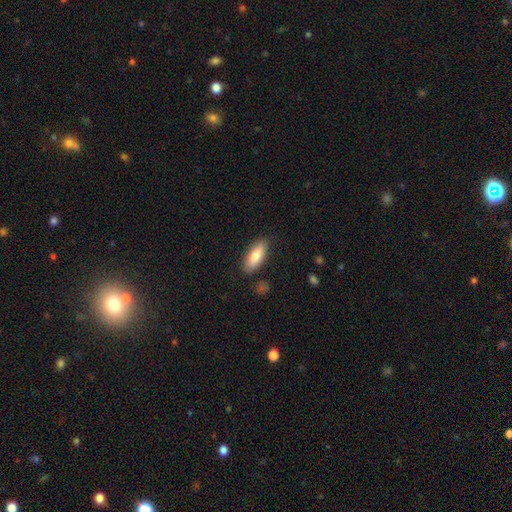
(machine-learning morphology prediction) Smooth or featured? Predicted: smooth (p=0.82). How rounded? Predicted: in between (p=0.71). Merging? Predicted: none (p=0.83).